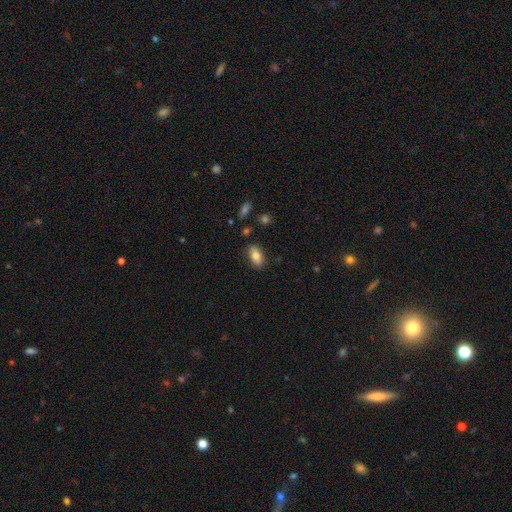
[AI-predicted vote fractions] The model was most divided on "smooth or featured": smooth: 81%, featured or disk: 12%, star or artifact: 8%. More confident: how rounded — in between (89%); merging — none (84%).